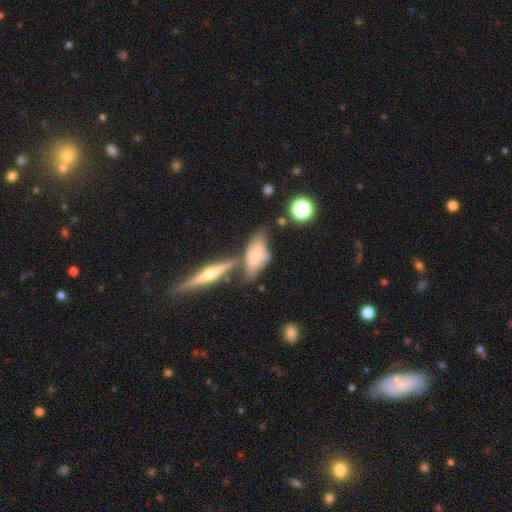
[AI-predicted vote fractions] Smooth or featured? Predicted: smooth (p=0.55). How rounded? Predicted: in between (p=0.81). Merging? Predicted: none (p=0.34).